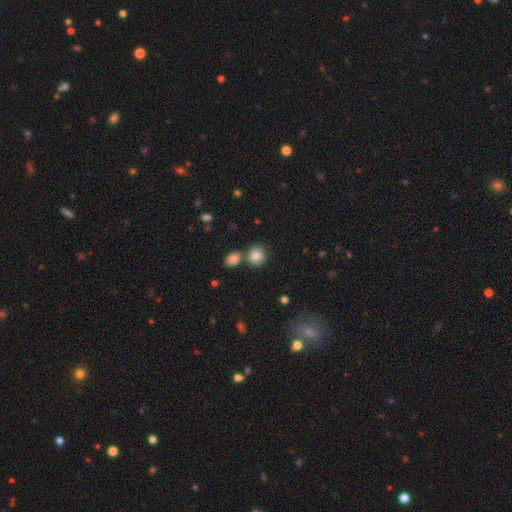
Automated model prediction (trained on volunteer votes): Q: Smooth or featured?
A: smooth (84%); runner-up: star or artifact (9%)
Q: How rounded?
A: round (79%); runner-up: in between (20%)
Q: Merging?
A: none (61%); runner-up: merger (26%)